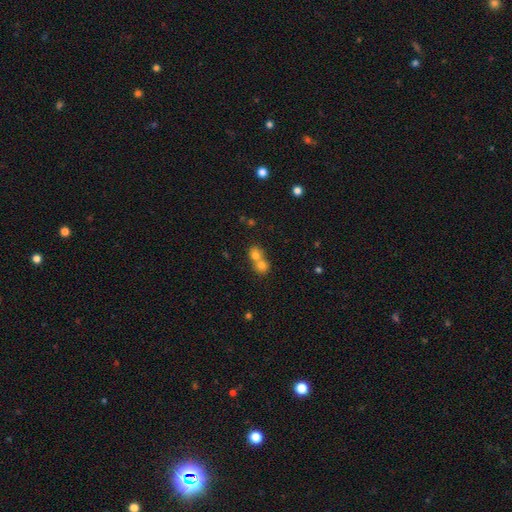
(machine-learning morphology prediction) smooth-or-featured: smooth: 74% | star or artifact: 13% | featured or disk: 13%
  how-rounded: round: 77% | in between: 22% | cigar-shaped: 1%
  merging: merger: 63% | none: 31% | minor disturbance: 4% | major disturbance: 2%